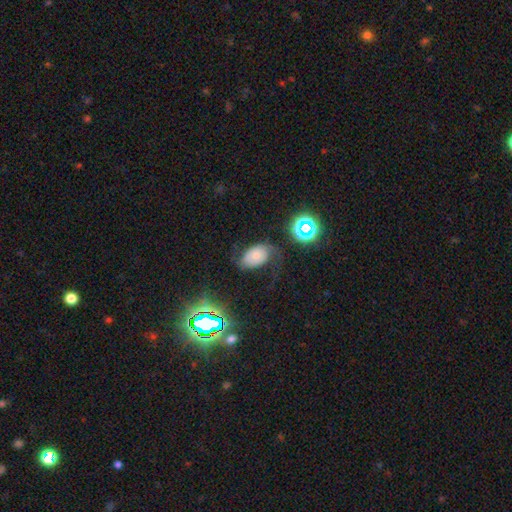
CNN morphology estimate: smooth_or_featured: smooth (p=0.56) [alt: featured or disk p=0.27]
how_rounded: in between (p=0.87) [alt: round p=0.12]
merging: none (p=0.46) [alt: minor disturbance p=0.28]